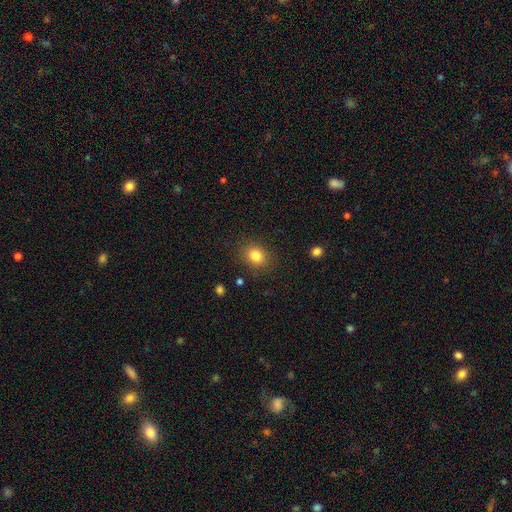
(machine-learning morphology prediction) smooth-or-featured: smooth: 83% | star or artifact: 11% | featured or disk: 7%
  how-rounded: round: 53% | in between: 46% | cigar-shaped: 1%
  merging: none: 85% | minor disturbance: 10% | major disturbance: 3% | merger: 1%